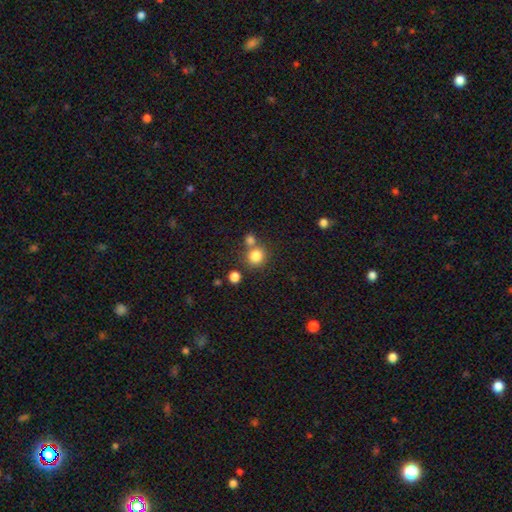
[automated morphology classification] smooth-or-featured: smooth: 81% | star or artifact: 12% | featured or disk: 6%
  how-rounded: round: 86% | in between: 13% | cigar-shaped: 1%
  merging: none: 63% | merger: 25% | minor disturbance: 9% | major disturbance: 3%